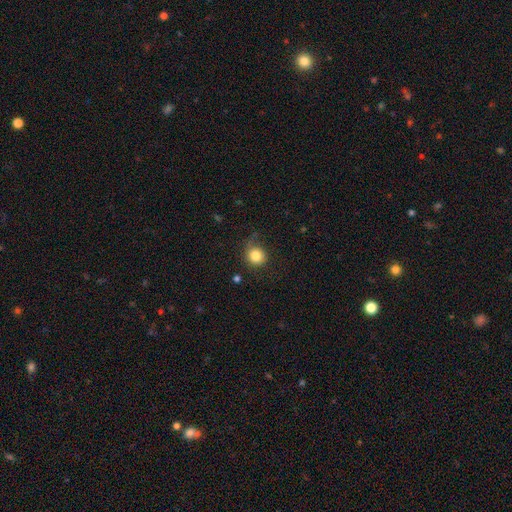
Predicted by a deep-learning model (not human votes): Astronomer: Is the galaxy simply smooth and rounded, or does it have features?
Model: smooth — 82%.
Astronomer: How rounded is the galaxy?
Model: round — 88%.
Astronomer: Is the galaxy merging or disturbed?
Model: none — 71%.